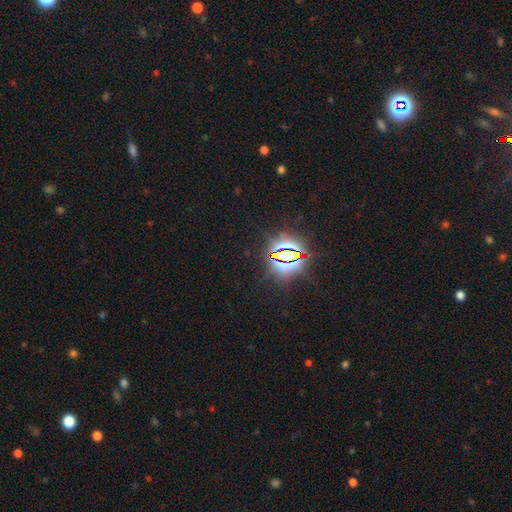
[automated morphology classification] The model was most divided on "smooth or featured": star or artifact: 85%, smooth: 9%, featured or disk: 6%.